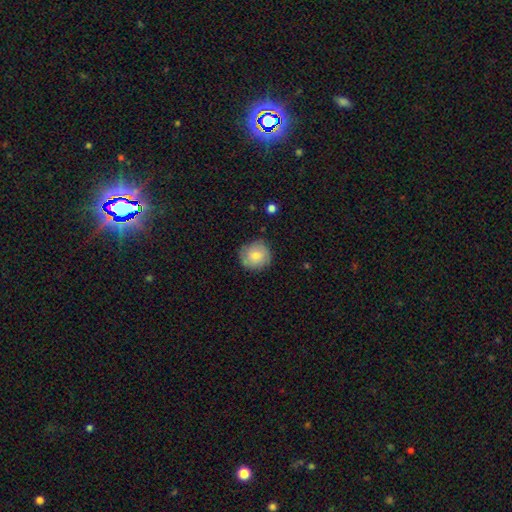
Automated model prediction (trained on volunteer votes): smooth_or_featured: smooth (p=0.74) [alt: featured or disk p=0.19]
how_rounded: round (p=0.90) [alt: in between p=0.09]
merging: none (p=0.78) [alt: minor disturbance p=0.18]